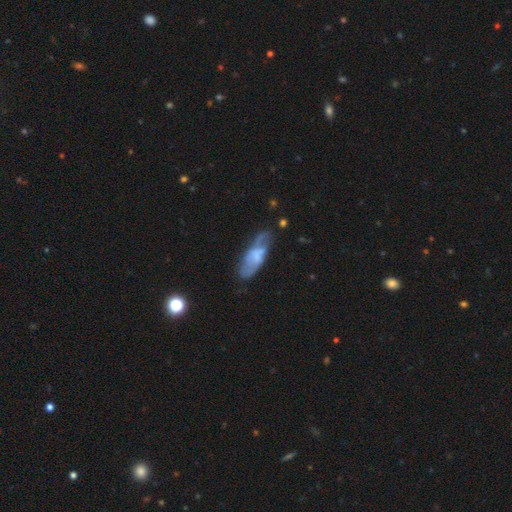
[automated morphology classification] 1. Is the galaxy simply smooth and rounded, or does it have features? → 49% featured or disk, 44% smooth, 8% star or artifact.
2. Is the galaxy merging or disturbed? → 50% none, 29% minor disturbance, 16% major disturbance, 5% merger.